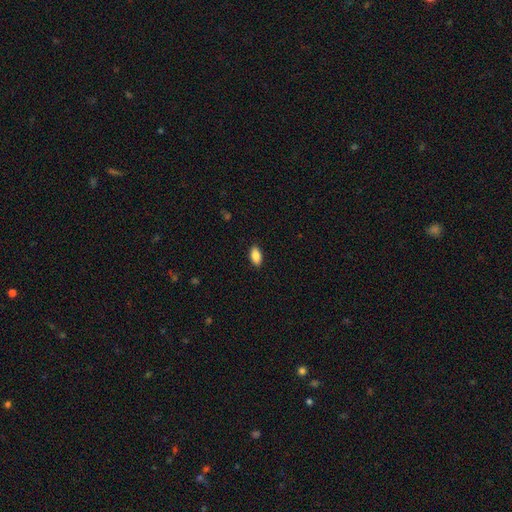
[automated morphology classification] The model was most divided on "smooth or featured": smooth: 88%, star or artifact: 7%, featured or disk: 5%. More confident: how rounded — in between (92%); merging — none (89%).